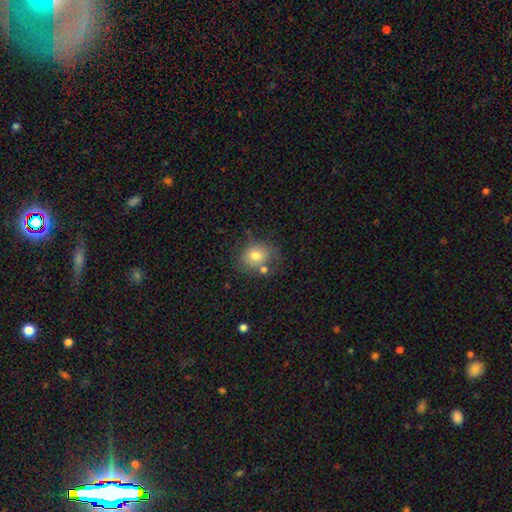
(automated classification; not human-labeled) Smooth or featured? smooth (74%)
How rounded? round (65%)
Merging? none (60%)